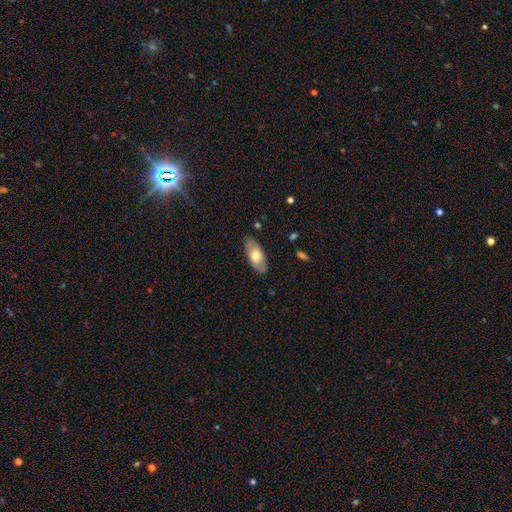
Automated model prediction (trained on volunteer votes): Morphology: type=smooth (58%); roundness=in between (90%); merging=none (83%).